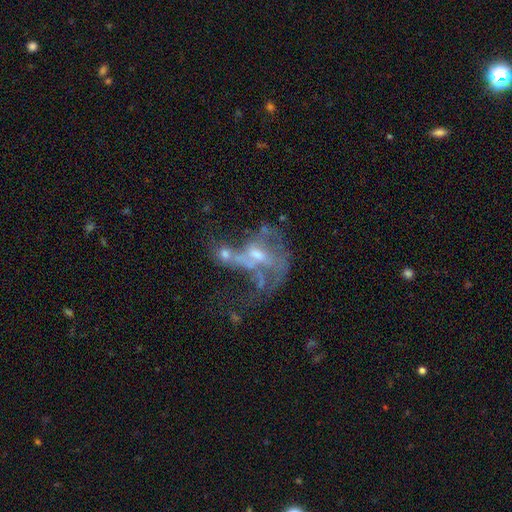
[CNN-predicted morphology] A featured or disk galaxy (71%) with no bar (58%), spiral arms (51%) and a moderate central bulge (41%). Merging: major disturbance (38%).